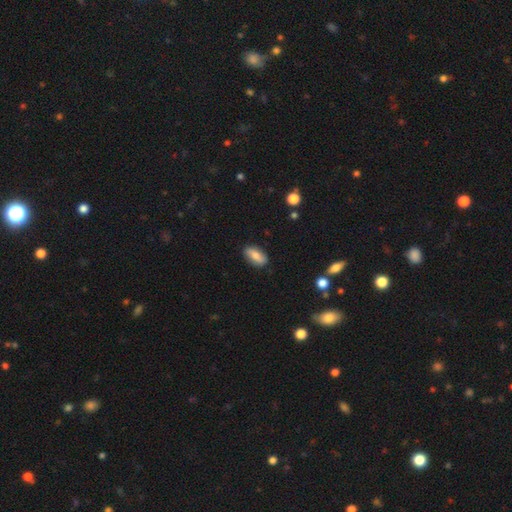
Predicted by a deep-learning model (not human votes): The model was most divided on "smooth or featured": smooth: 67%, featured or disk: 26%, star or artifact: 7%. More confident: how rounded — in between (87%); merging — none (86%).